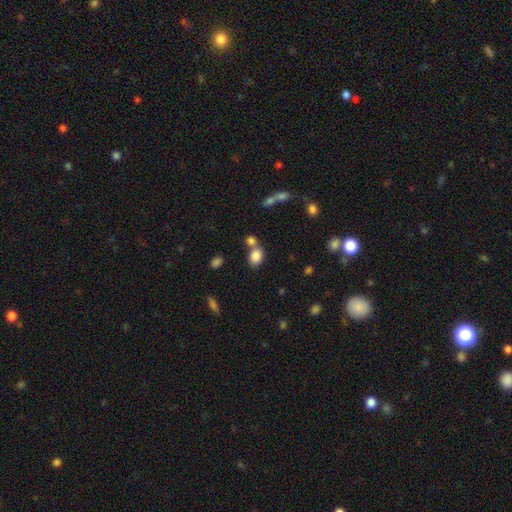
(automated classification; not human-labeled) This is clearly a smooth galaxy (83%). How rounded: likely in between (65%). Merging: possibly none (50%).